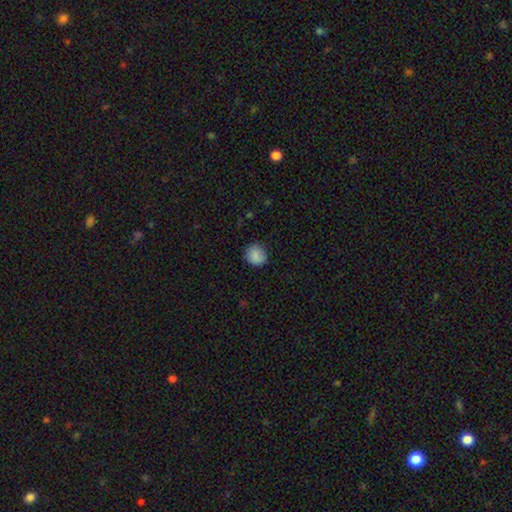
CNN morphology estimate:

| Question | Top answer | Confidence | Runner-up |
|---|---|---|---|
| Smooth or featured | smooth | 86% | star or artifact (8%) |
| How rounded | round | 86% | in between (13%) |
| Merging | none | 80% | minor disturbance (16%) |